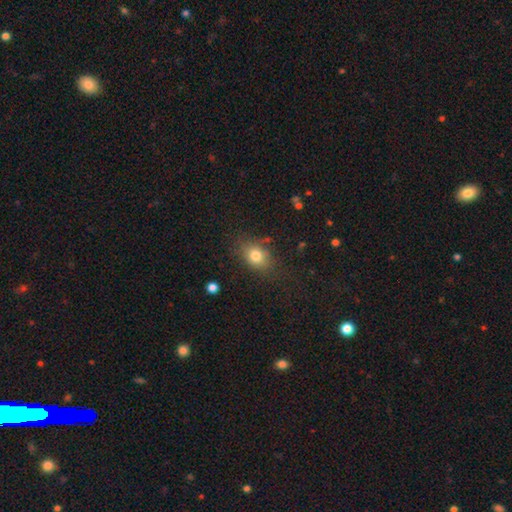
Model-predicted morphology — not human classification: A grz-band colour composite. It shows a smooth galaxy with no disk features (78%) that is in between round and cigar-shaped (61%). Merging: none (72%).